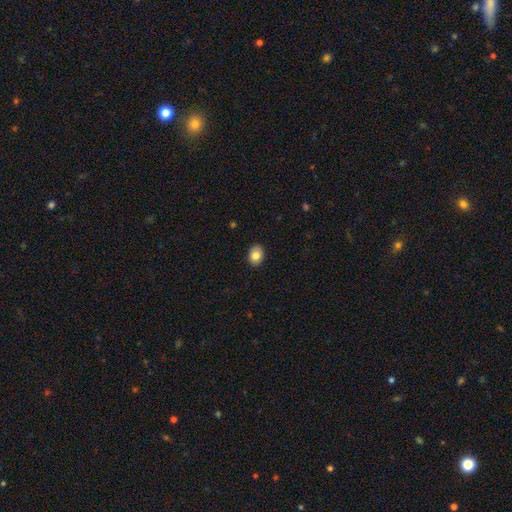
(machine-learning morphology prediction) smooth 81%, featured or disk 11%, star or artifact 8%. Down the decision tree: how rounded — in between (64%); merging — none (87%).